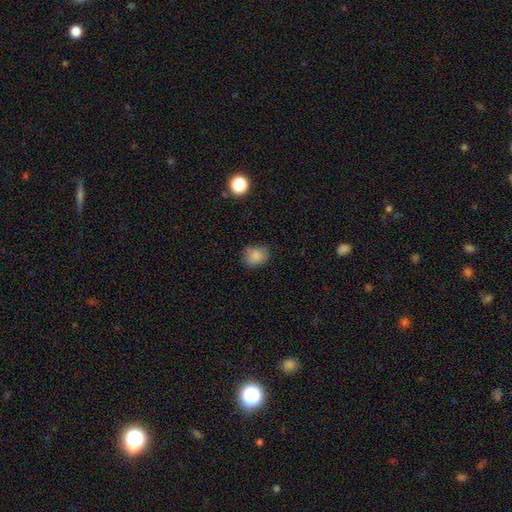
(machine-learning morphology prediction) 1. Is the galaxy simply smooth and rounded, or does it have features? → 84% smooth, 11% star or artifact, 6% featured or disk.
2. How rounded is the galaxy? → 57% round, 42% in between, 1% cigar-shaped.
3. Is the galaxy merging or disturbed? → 76% none, 19% minor disturbance, 4% major disturbance, 1% merger.